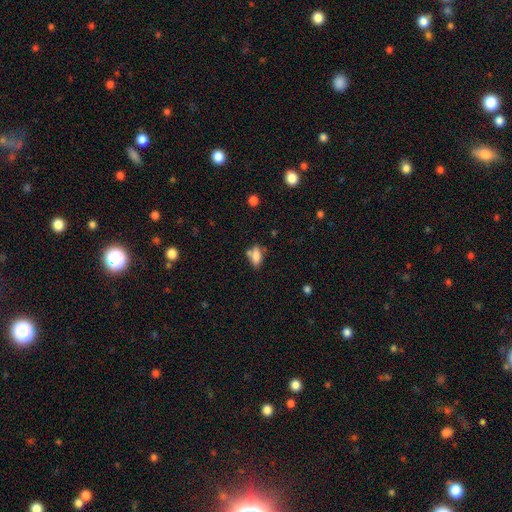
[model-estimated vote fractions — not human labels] smooth 78%, featured or disk 13%, star or artifact 9%. Down the decision tree: how rounded — in between (83%); merging — none (55%).